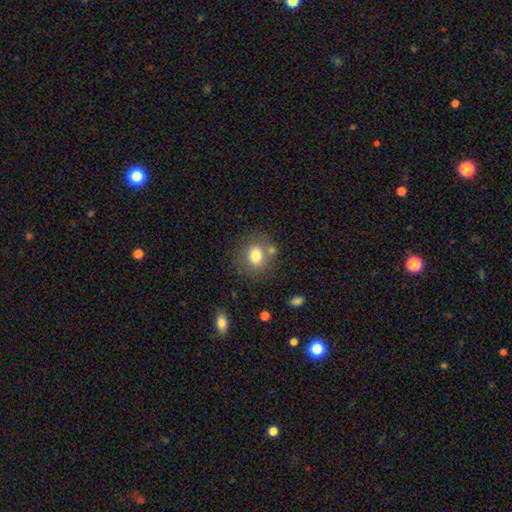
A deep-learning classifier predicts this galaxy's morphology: This is likely a smooth galaxy (78%). How rounded: likely round (70%). Merging: likely none (69%).